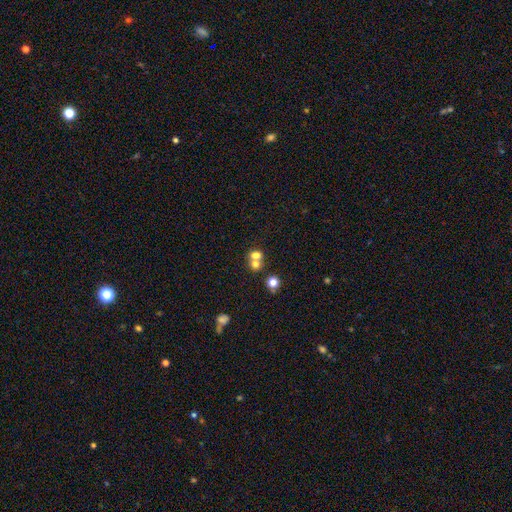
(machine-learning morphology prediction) smooth_or_featured: smooth (p=0.69) [alt: star or artifact p=0.16]
how_rounded: round (p=0.67) [alt: in between p=0.32]
merging: merger (p=0.56) [alt: none p=0.35]